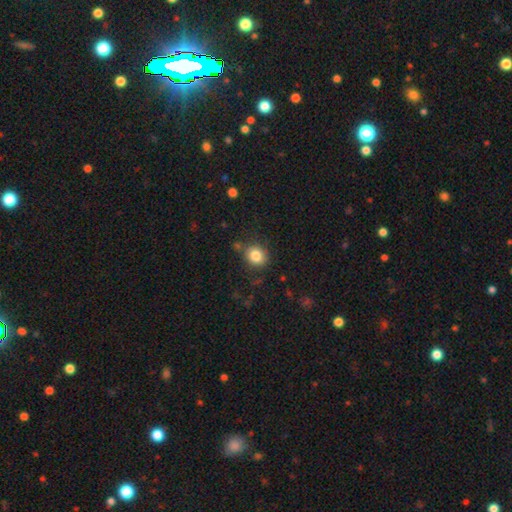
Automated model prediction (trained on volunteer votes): This is clearly a smooth galaxy (82%). How rounded: likely round (74%). Merging: likely none (79%).